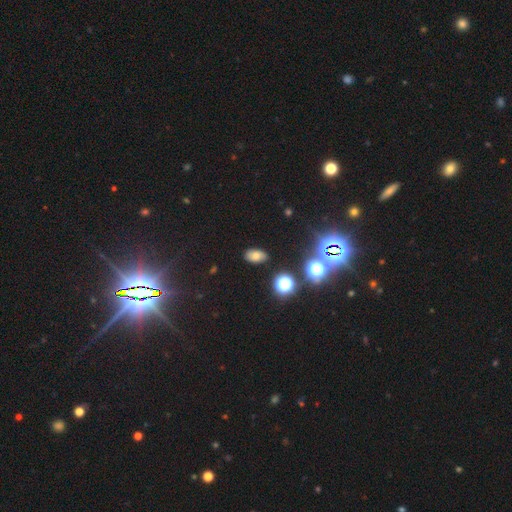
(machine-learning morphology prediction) Smooth or featured? smooth (66%)
How rounded? in between (87%)
Merging? none (86%)